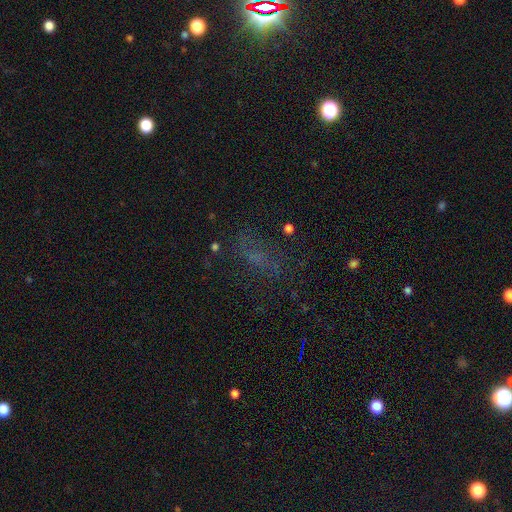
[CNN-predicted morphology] A smooth galaxy with no disk features (38%).

Vote fractions:
- Smooth or featured? smooth: 38% / star or artifact: 34% / featured or disk: 28%
- Merging? none: 55% / major disturbance: 22% / minor disturbance: 19% / merger: 4%